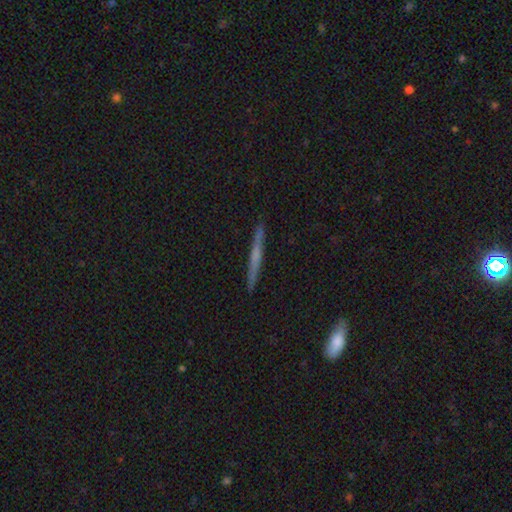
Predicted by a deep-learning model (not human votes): Smooth or featured?
  - featured or disk: 59% *
  - smooth: 34%
  - star or artifact: 7%
Edge-on disk?
  - yes: 97% *
  - no: 3%
Edge-on bulge?
  - none: 50% *
  - rounded: 40%
  - boxy: 10%
Merging?
  - none: 91% *
  - minor disturbance: 6%
  - major disturbance: 1%
  - merger: 1%